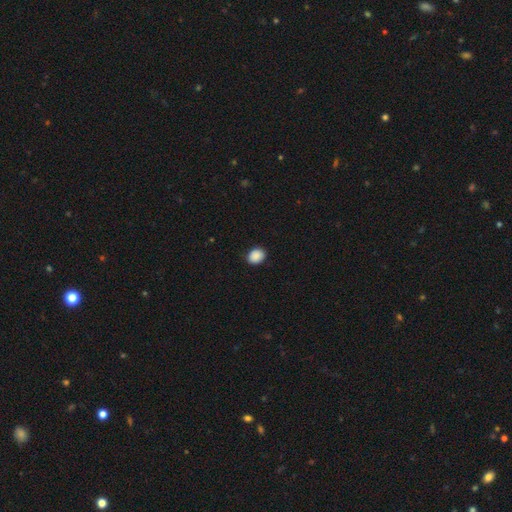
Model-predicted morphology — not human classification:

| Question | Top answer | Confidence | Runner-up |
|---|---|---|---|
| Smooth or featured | smooth | 89% | star or artifact (8%) |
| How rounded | round | 54% | in between (45%) |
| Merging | none | 88% | minor disturbance (9%) |